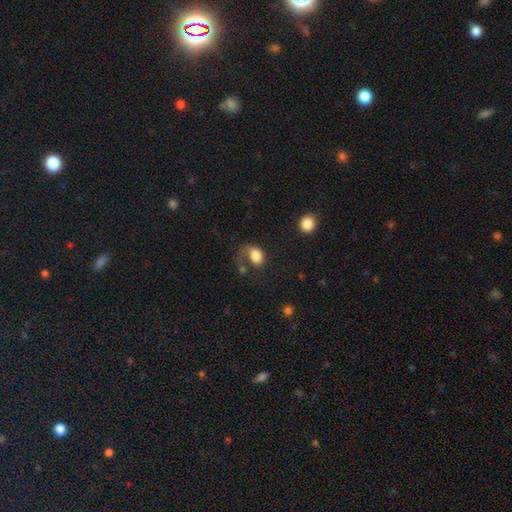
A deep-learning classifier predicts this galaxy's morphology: smooth 73%, featured or disk 19%, star or artifact 8%. Down the decision tree: how rounded — in between (70%); merging — major disturbance (42%).